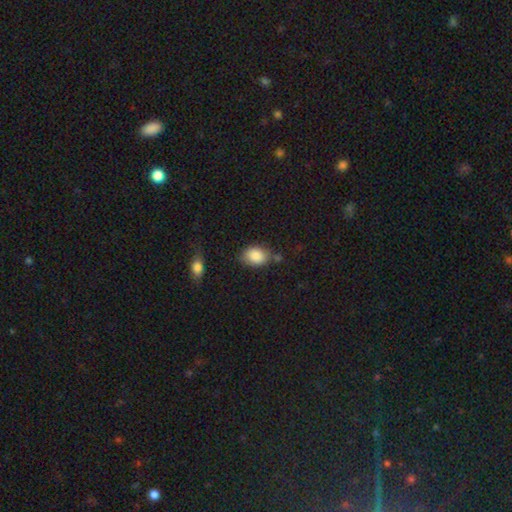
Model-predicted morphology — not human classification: Smooth or featured: smooth — 87% (star or artifact — 7%)
How rounded: in between — 70% (round — 28%)
Merging: none — 65% (minor disturbance — 22%)